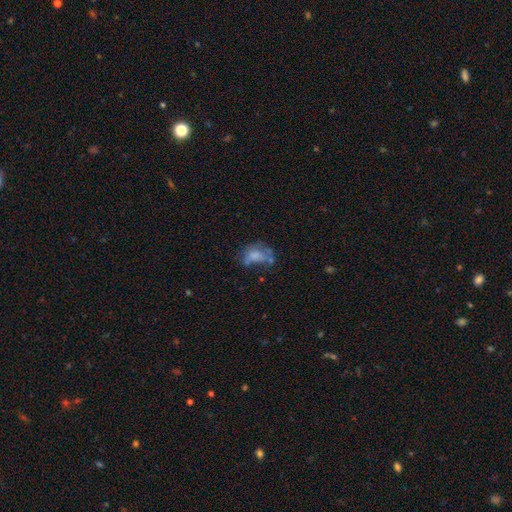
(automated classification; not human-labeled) Q: Smooth or featured?
A: smooth (55%); runner-up: featured or disk (32%)
Q: How rounded?
A: in between (81%); runner-up: round (16%)
Q: Merging?
A: major disturbance (31%); runner-up: none (29%)